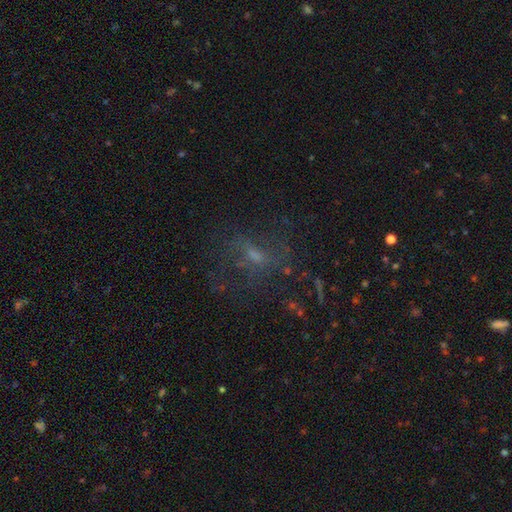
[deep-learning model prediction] smooth_or_featured: featured or disk (p=0.46) [alt: smooth p=0.29]
merging: none (p=0.54) [alt: major disturbance p=0.26]